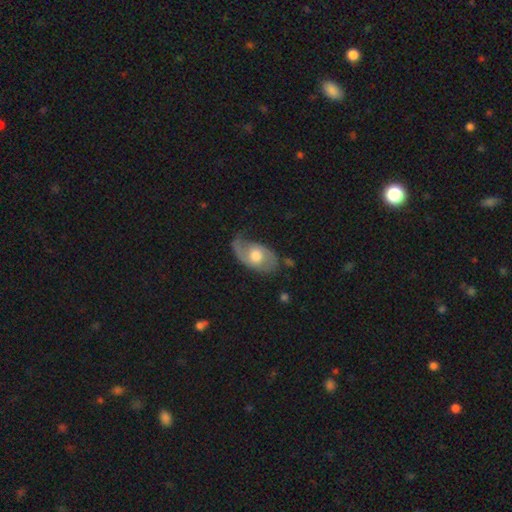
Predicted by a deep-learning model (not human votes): A featured or disk galaxy (64%) with no bar (70%), 2 (67%) medium (40%, tied with loose) spiral arms (82%) and a moderate central bulge (65%). Merging: none (48%).